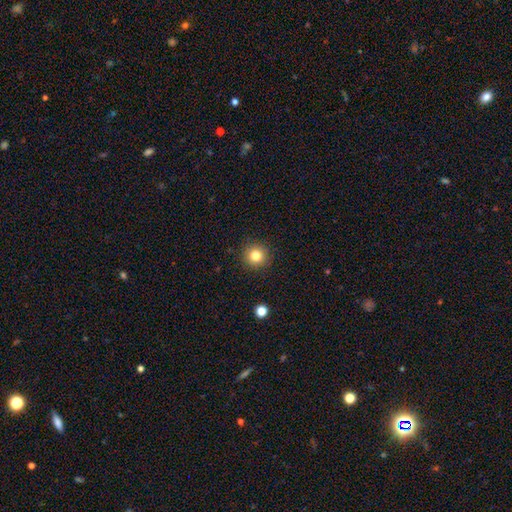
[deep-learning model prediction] smooth 82%, star or artifact 12%, featured or disk 7%. Down the decision tree: how rounded — round (95%); merging — none (91%).